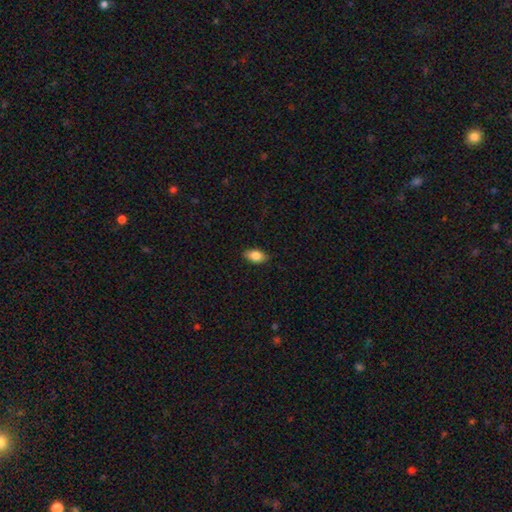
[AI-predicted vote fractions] smooth-or-featured: smooth: 83% | featured or disk: 10% | star or artifact: 7%
  how-rounded: in between: 90% | round: 5% | cigar-shaped: 4%
  merging: none: 86% | minor disturbance: 11% | major disturbance: 2% | merger: 1%